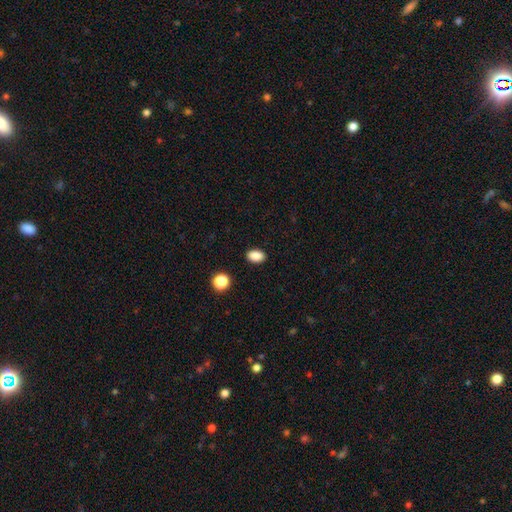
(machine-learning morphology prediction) Q: Smooth or featured?
A: smooth (87%); runner-up: star or artifact (9%)
Q: How rounded?
A: in between (86%); runner-up: round (13%)
Q: Merging?
A: none (89%); runner-up: minor disturbance (7%)